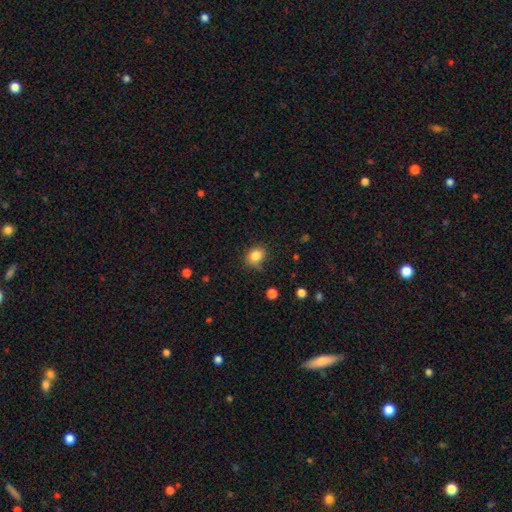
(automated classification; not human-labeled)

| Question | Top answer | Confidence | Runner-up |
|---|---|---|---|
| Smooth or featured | smooth | 84% | star or artifact (11%) |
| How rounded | round | 66% | in between (33%) |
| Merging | none | 71% | minor disturbance (22%) |